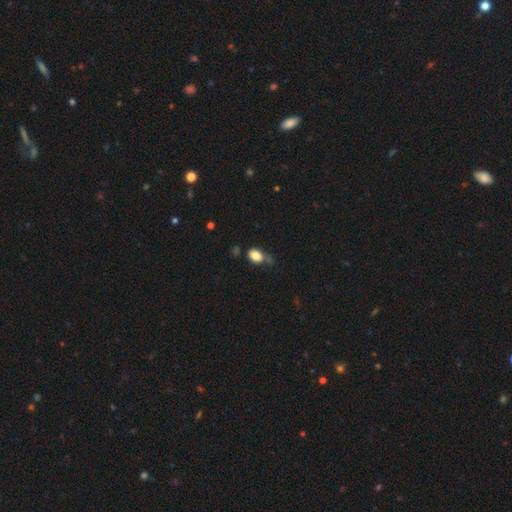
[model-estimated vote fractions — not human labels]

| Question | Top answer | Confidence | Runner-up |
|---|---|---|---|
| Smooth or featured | smooth | 83% | star or artifact (10%) |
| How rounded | in between | 73% | round (26%) |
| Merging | none | 49% | minor disturbance (29%) |